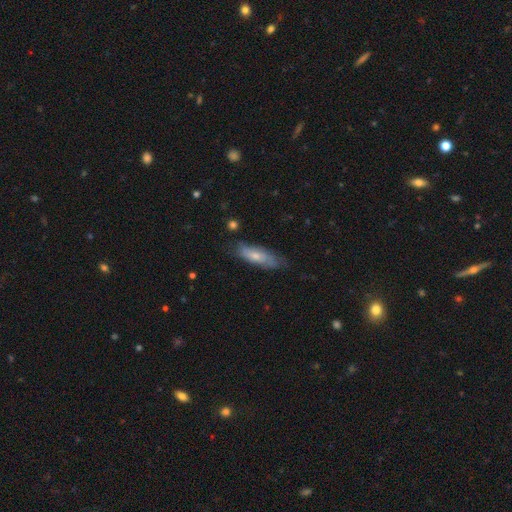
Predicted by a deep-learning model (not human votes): smooth_or_featured: smooth (p=0.63) [alt: featured or disk p=0.31]
how_rounded: in between (p=0.50) [alt: cigar-shaped p=0.48]
merging: none (p=0.65) [alt: minor disturbance p=0.27]